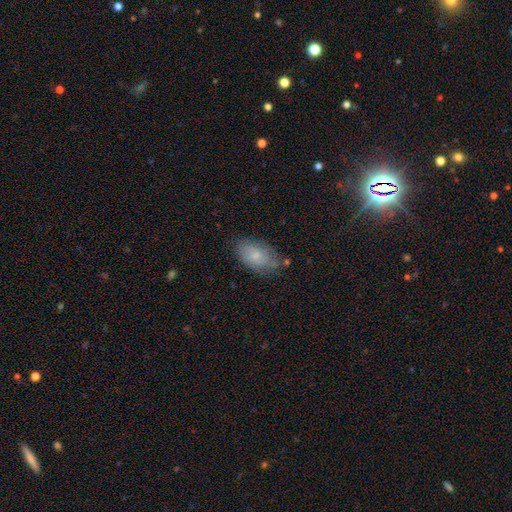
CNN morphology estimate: A smooth galaxy with no disk features (62%) that is in between round and cigar-shaped (91%).

Vote fractions:
- Smooth or featured? smooth: 62% / featured or disk: 30% / star or artifact: 8%
- How rounded? in between: 91% / round: 6% / cigar-shaped: 3%
- Merging? none: 61% / minor disturbance: 27% / major disturbance: 8% / merger: 3%